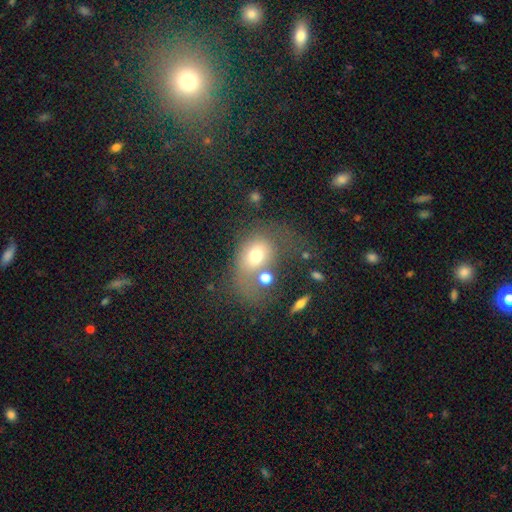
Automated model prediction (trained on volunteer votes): Overall: smooth (66%). How rounded: in between (62%; round 36%). Merging: none (32%; major disturbance 29%).